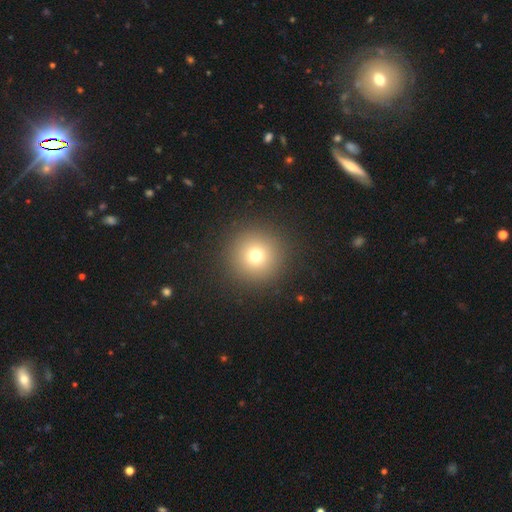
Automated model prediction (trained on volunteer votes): This appears to be a smooth galaxy with no disk features (73%) that is round (96%). Merging: none (91%).